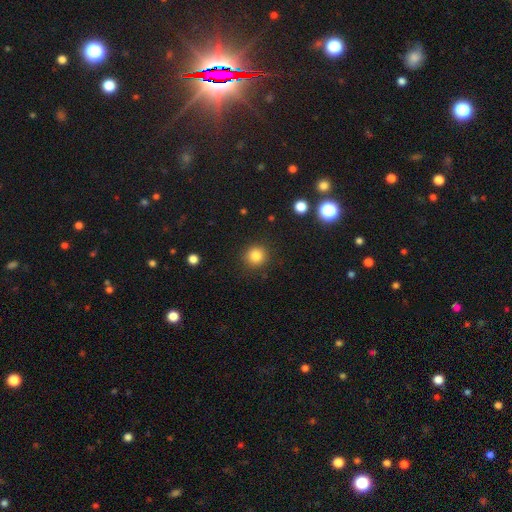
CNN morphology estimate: A smooth galaxy with no disk features (83%) that is round (93%). Merging: none (90%).